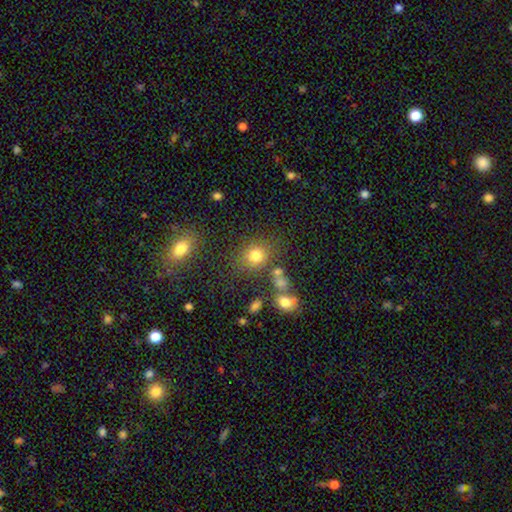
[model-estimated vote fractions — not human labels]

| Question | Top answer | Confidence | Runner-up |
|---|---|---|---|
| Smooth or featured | smooth | 75% | star or artifact (16%) |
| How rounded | round | 69% | in between (29%) |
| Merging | none | 71% | minor disturbance (12%) |